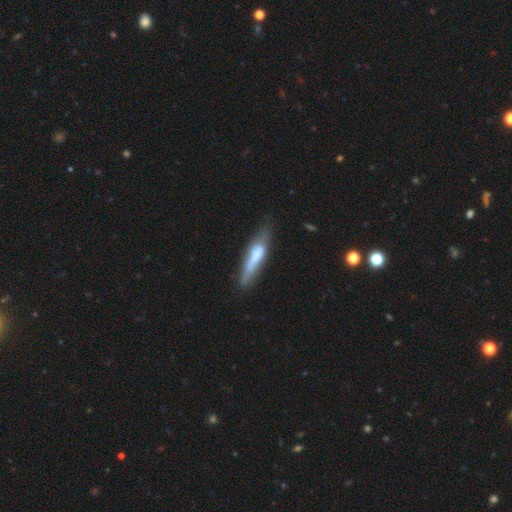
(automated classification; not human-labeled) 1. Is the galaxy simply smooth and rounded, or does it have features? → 54% smooth, 39% featured or disk, 7% star or artifact.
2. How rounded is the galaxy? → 78% cigar-shaped, 21% in between, 2% round.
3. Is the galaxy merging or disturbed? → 52% none, 29% minor disturbance, 14% major disturbance, 6% merger.